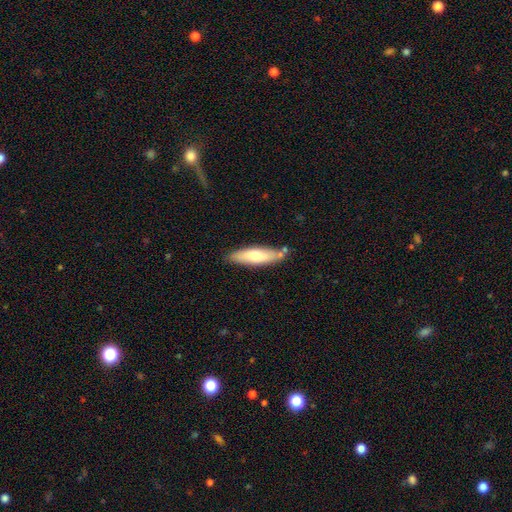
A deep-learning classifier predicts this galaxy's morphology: This is likely a smooth galaxy (65%). How rounded: possibly cigar-shaped (60%). Merging: likely none (76%).